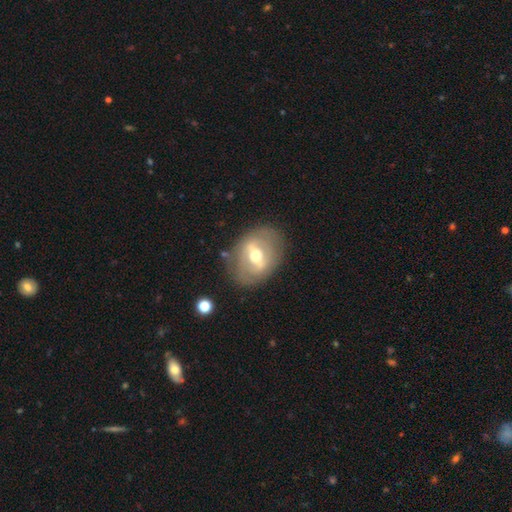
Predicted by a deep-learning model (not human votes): Smooth or featured? Predicted: featured or disk (p=0.67). Edge-on disk? Predicted: no (p=0.89). Bar? Predicted: strong (p=0.55). Spiral arms? Predicted: no (p=0.71). Bulge size? Predicted: moderate (p=0.72). Merging? Predicted: none (p=0.77).